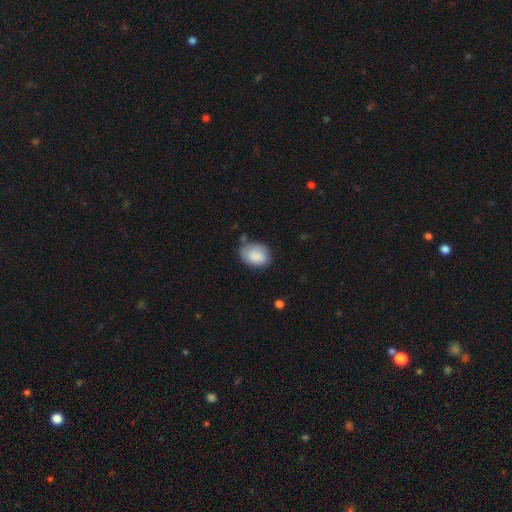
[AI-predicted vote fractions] The model was most divided on "how rounded": in between: 67%, round: 32%, cigar-shaped: 1%. More confident: smooth or featured — smooth (84%); merging — none (63%).